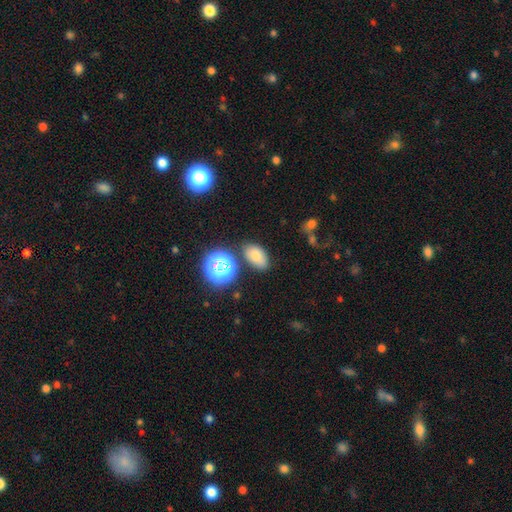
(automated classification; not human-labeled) A smooth galaxy with no disk features (71%) that is in between round and cigar-shaped (83%).

Vote fractions:
- Smooth or featured? smooth: 71% / star or artifact: 18% / featured or disk: 11%
- How rounded? in between: 83% / round: 16% / cigar-shaped: 2%
- Merging? none: 76% / minor disturbance: 13% / merger: 7% / major disturbance: 4%